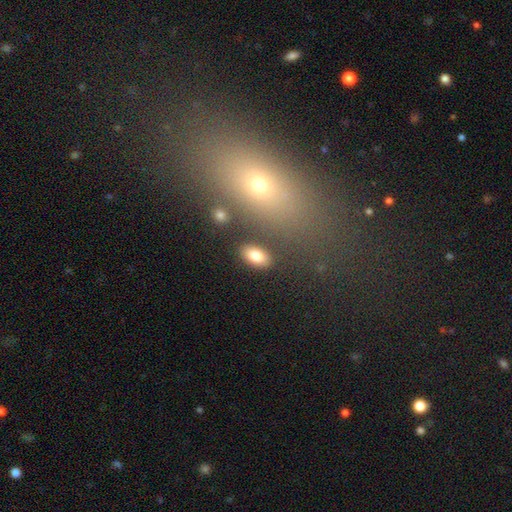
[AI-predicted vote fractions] Overall: smooth (81%). How rounded: in between (92%). Merging: none (84%).